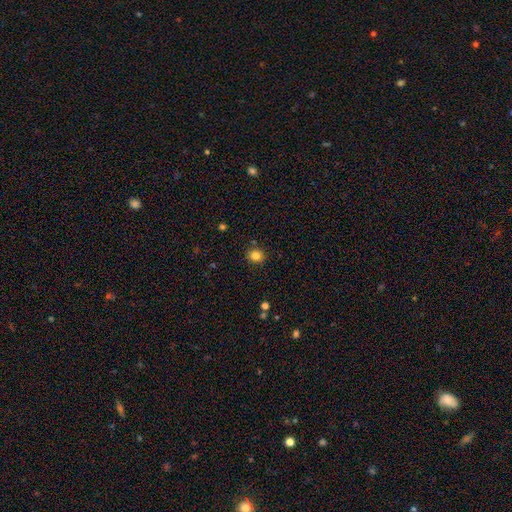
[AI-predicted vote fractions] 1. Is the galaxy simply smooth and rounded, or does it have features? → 83% smooth, 12% star or artifact, 5% featured or disk.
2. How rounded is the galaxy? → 77% round, 22% in between, 1% cigar-shaped.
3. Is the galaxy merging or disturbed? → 88% none, 8% minor disturbance, 2% major disturbance, 2% merger.